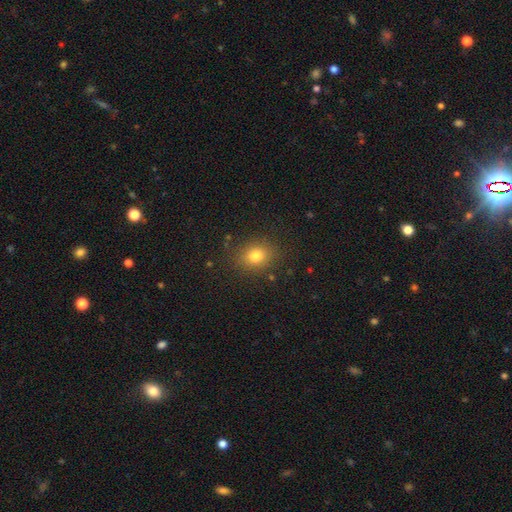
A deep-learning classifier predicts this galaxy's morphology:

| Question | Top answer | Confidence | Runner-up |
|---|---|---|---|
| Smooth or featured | smooth | 79% | star or artifact (13%) |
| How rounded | round | 58% | in between (41%) |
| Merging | none | 85% | minor disturbance (10%) |